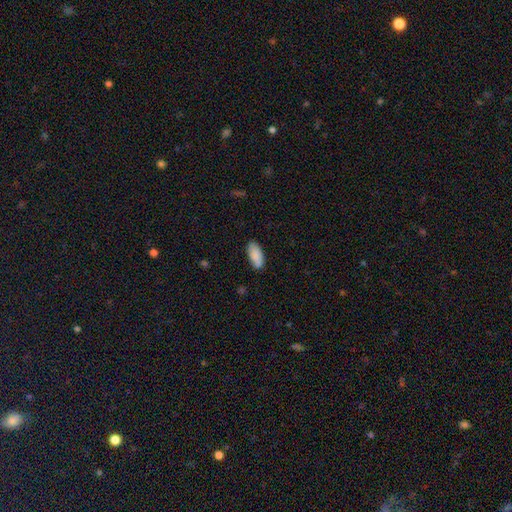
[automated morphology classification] Smooth or featured? Predicted: smooth (p=0.87). How rounded? Predicted: in between (p=0.90). Merging? Predicted: none (p=0.79).